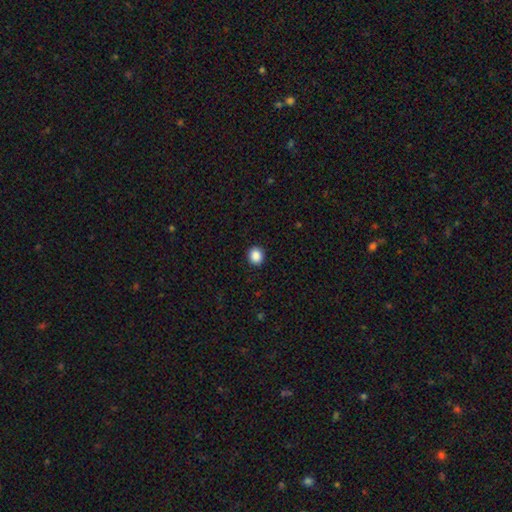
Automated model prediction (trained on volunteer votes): Q: Smooth or featured?
A: smooth (88%); runner-up: star or artifact (9%)
Q: How rounded?
A: round (82%); runner-up: in between (17%)
Q: Merging?
A: none (92%); runner-up: minor disturbance (5%)